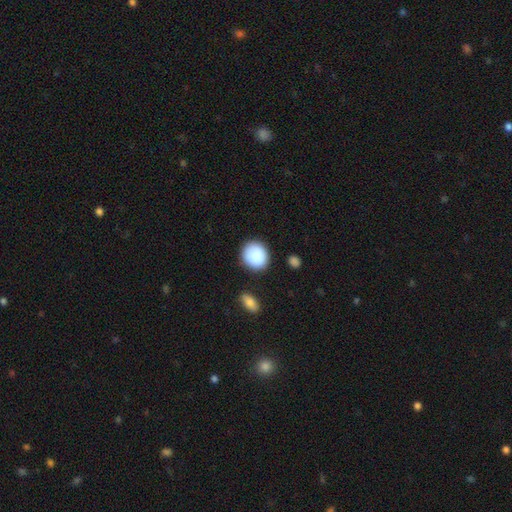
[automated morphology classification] A smooth galaxy with no disk features (89%) that is round (80%).

Vote fractions:
- Smooth or featured? smooth: 89% / star or artifact: 7% / featured or disk: 4%
- How rounded? round: 80% / in between: 19% / cigar-shaped: 1%
- Merging? none: 84% / minor disturbance: 10% / major disturbance: 3% / merger: 3%